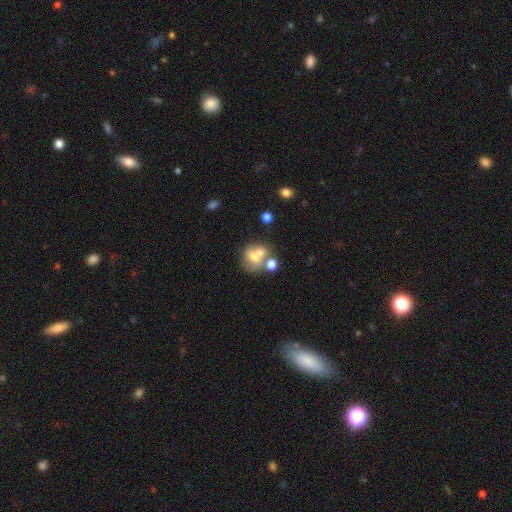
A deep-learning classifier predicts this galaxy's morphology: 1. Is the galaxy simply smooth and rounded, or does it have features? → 56% smooth, 31% featured or disk, 12% star or artifact.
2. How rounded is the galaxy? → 66% round, 33% in between, 1% cigar-shaped.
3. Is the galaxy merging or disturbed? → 47% merger, 32% none, 12% minor disturbance, 9% major disturbance.